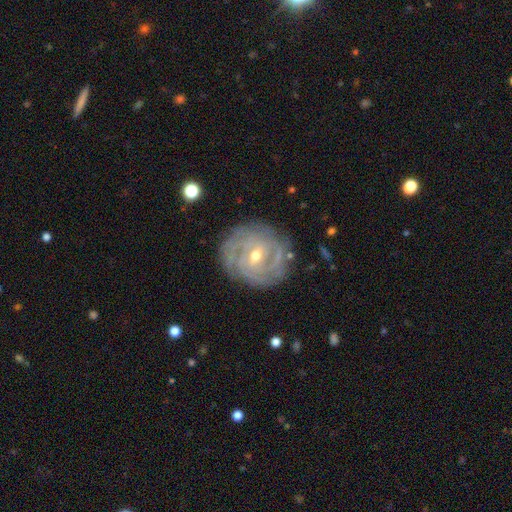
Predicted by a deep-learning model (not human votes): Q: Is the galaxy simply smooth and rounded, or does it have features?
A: featured or disk — 87%.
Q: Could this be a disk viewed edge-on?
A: no — 97%.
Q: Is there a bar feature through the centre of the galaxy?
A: weak — 48%.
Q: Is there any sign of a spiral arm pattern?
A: yes — 96%.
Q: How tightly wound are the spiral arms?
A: tight — 77%.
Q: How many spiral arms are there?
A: can't tell — 28%.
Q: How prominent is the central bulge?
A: moderate — 55%.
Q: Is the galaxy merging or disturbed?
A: none — 81%.